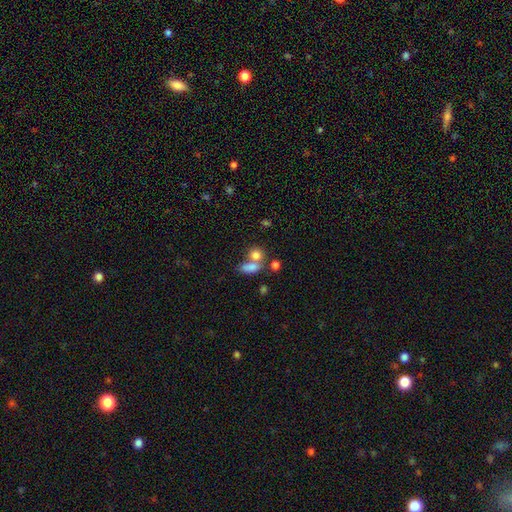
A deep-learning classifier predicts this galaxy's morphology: A smooth galaxy with no disk features (77%) that is round (55%).

Vote fractions:
- Smooth or featured? smooth: 77% / star or artifact: 11% / featured or disk: 11%
- How rounded? round: 55% / in between: 42% / cigar-shaped: 3%
- Merging? merger: 46% / none: 39% / minor disturbance: 9% / major disturbance: 6%